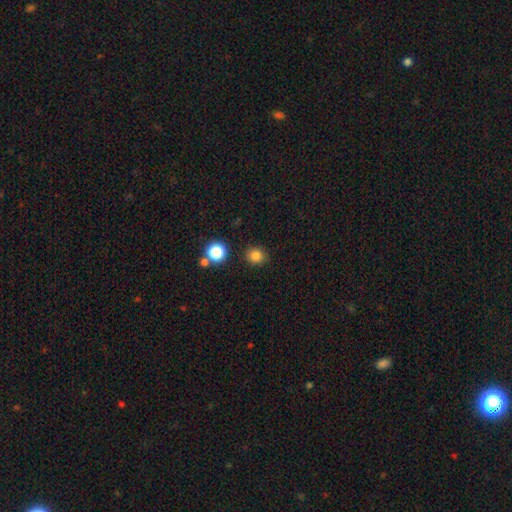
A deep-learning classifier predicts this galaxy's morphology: smooth-or-featured: smooth: 82% | star or artifact: 13% | featured or disk: 5%
  how-rounded: round: 86% | in between: 13% | cigar-shaped: 1%
  merging: none: 88% | minor disturbance: 7% | merger: 3% | major disturbance: 2%